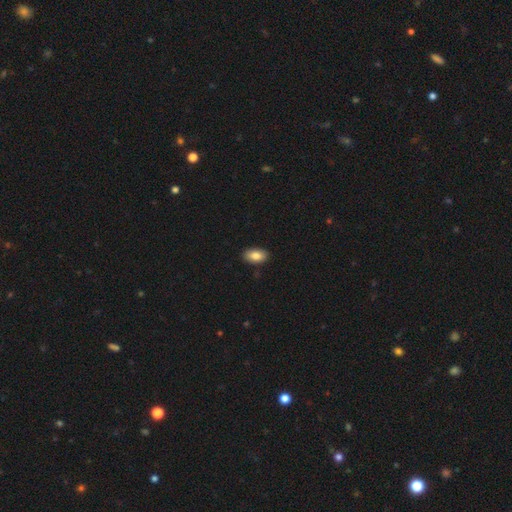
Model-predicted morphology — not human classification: Smooth or featured? Predicted: smooth (p=0.84). How rounded? Predicted: in between (p=0.93). Merging? Predicted: none (p=0.89).